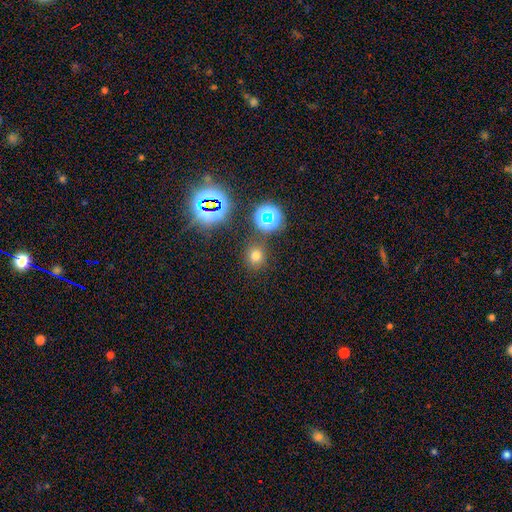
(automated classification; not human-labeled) A smooth galaxy with no disk features (66%) that is round (86%).

Vote fractions:
- Smooth or featured? smooth: 66% / star or artifact: 27% / featured or disk: 7%
- How rounded? round: 86% / in between: 13% / cigar-shaped: 1%
- Merging? none: 84% / minor disturbance: 8% / merger: 4% / major disturbance: 4%